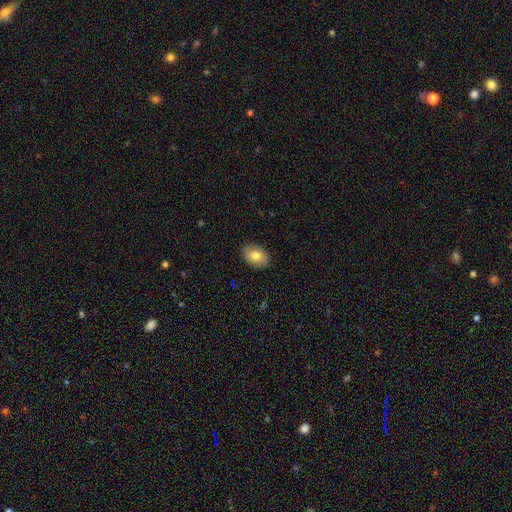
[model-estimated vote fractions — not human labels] This appears to be a smooth galaxy with no disk features (80%) that is in between round and cigar-shaped (86%). Merging: none (88%).